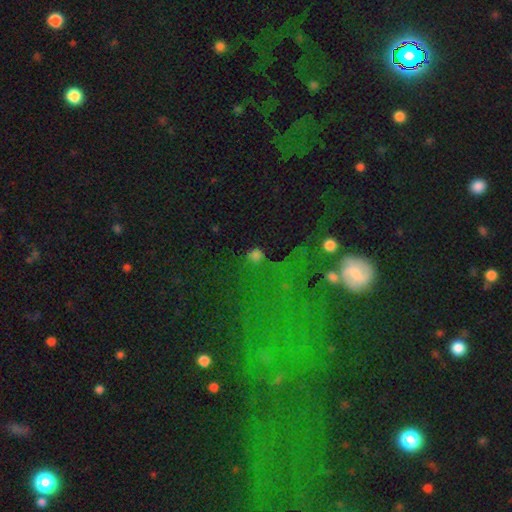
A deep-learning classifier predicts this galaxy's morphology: A smooth galaxy with no disk features (68%) that is round (91%).

Vote fractions:
- Smooth or featured? smooth: 68% / star or artifact: 25% / featured or disk: 7%
- How rounded? round: 91% / in between: 8% / cigar-shaped: 2%
- Merging? none: 73% / minor disturbance: 12% / major disturbance: 8% / merger: 7%